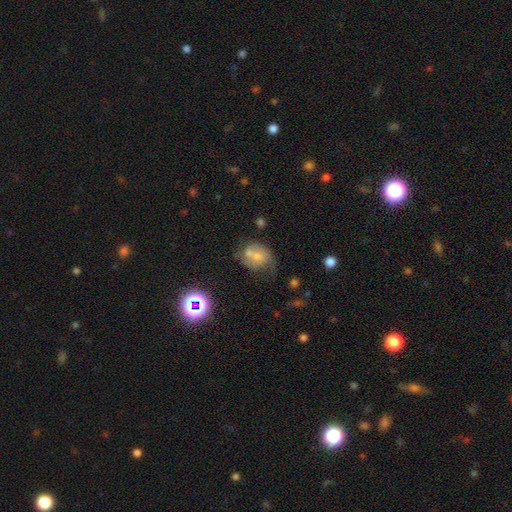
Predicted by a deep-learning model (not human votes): Smooth or featured? smooth (55%)
How rounded? round (53%)
Merging? merger (33%, tied with none)